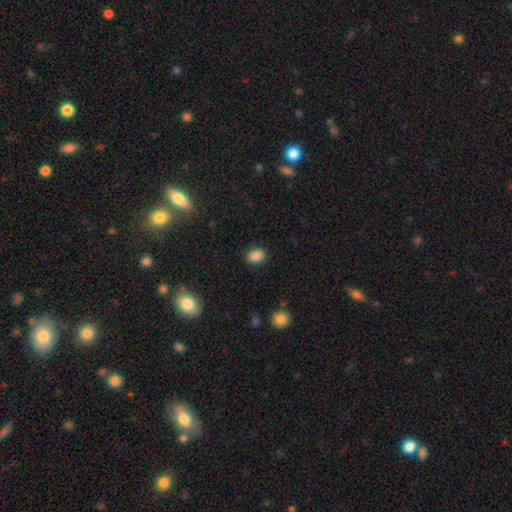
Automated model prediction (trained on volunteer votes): Smooth or featured: smooth — 87% (star or artifact — 10%)
How rounded: in between — 69% (round — 29%)
Merging: none — 88% (minor disturbance — 9%)